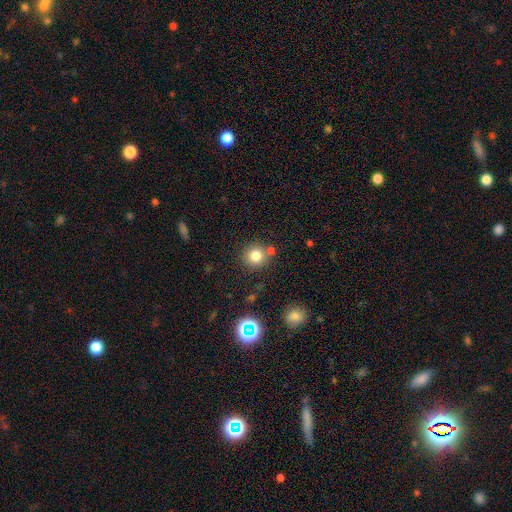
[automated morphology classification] Overall: smooth (79%). How rounded: round (91%). Merging: none (76%).